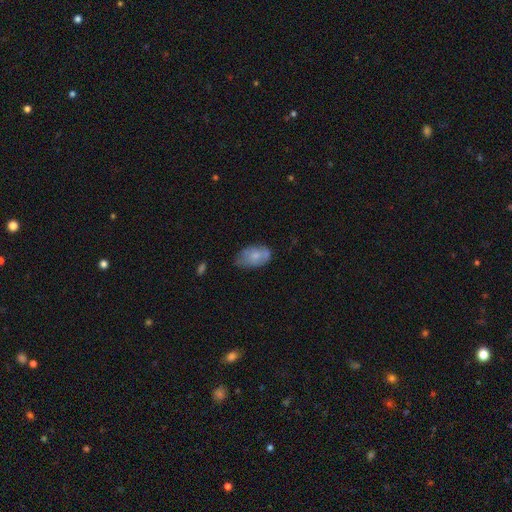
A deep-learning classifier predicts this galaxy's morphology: A smooth galaxy with no disk features (67%) that is in between round and cigar-shaped (92%).

Vote fractions:
- Smooth or featured? smooth: 67% / featured or disk: 26% / star or artifact: 7%
- How rounded? in between: 92% / round: 7% / cigar-shaped: 2%
- Merging? none: 52% / minor disturbance: 35% / major disturbance: 10% / merger: 3%